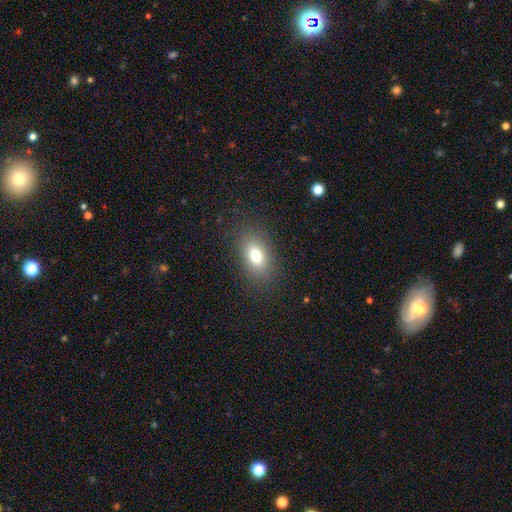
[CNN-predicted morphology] smooth-or-featured: smooth: 77% | featured or disk: 11% | star or artifact: 11%
  how-rounded: in between: 83% | round: 15% | cigar-shaped: 2%
  merging: none: 86% | minor disturbance: 9% | major disturbance: 4% | merger: 1%